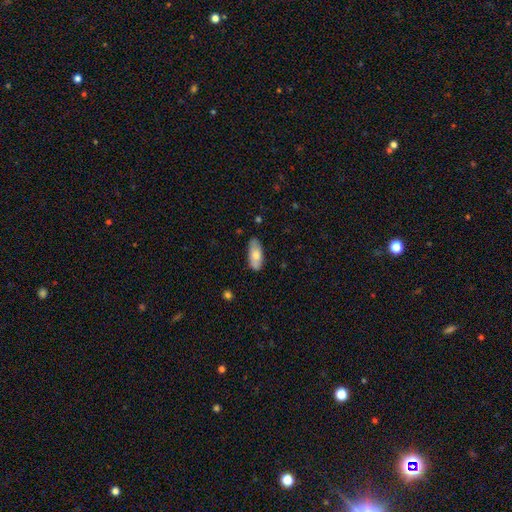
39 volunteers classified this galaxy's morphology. Smooth or featured: smooth — 79% (featured or disk — 18%)
How rounded: in between — 65% (cigar-shaped — 32%)
Merging: none — 71% (minor disturbance — 24%)